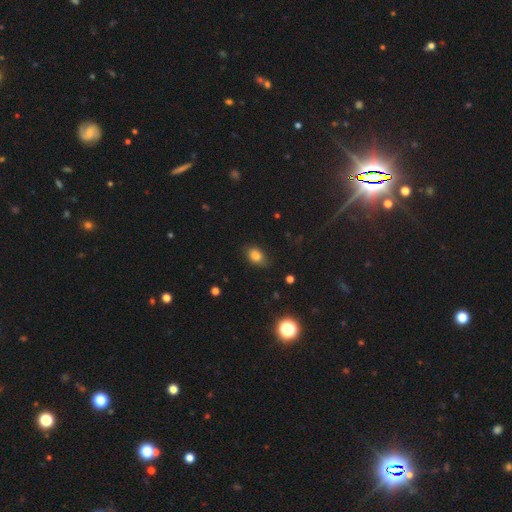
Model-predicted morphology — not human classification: type=smooth (81%); roundness=in between (75%); merging=none (77%).